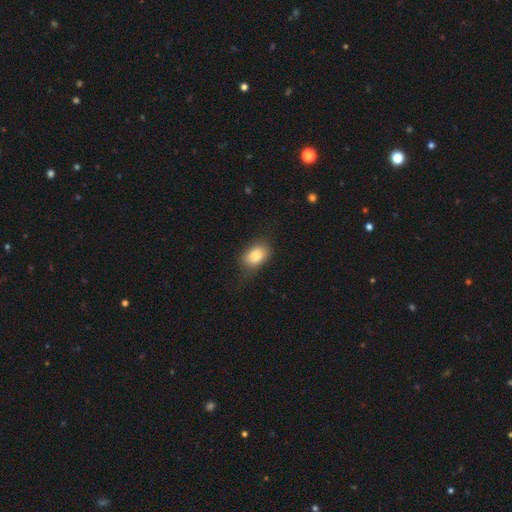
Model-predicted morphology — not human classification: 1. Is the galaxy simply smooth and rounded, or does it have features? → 84% smooth, 8% featured or disk, 8% star or artifact.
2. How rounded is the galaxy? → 81% in between, 18% round, 1% cigar-shaped.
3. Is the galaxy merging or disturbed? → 67% none, 24% minor disturbance, 8% major disturbance, 1% merger.